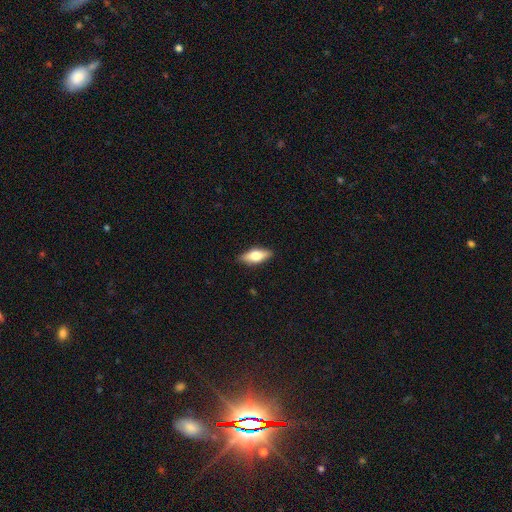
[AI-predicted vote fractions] This is likely a smooth galaxy (66%). How rounded: likely in between (75%). Merging: clearly none (87%).